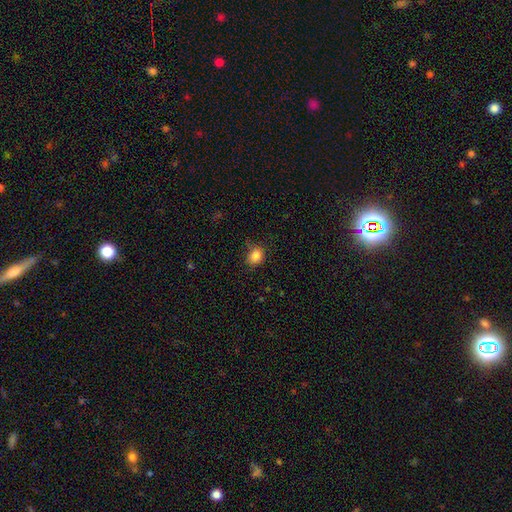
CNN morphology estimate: Smooth or featured: smooth — 84% (star or artifact — 11%)
How rounded: round — 51% (in between — 48%)
Merging: none — 74% (minor disturbance — 20%)